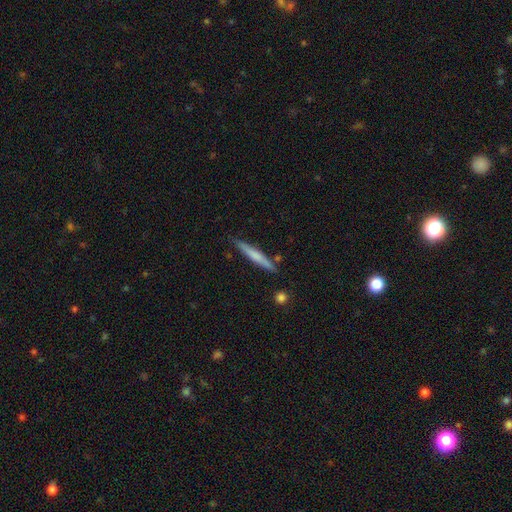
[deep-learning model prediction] smooth_or_featured: smooth (p=0.58) [alt: featured or disk p=0.36]
how_rounded: cigar-shaped (p=0.95) [alt: in between p=0.04]
merging: none (p=0.84) [alt: minor disturbance p=0.11]